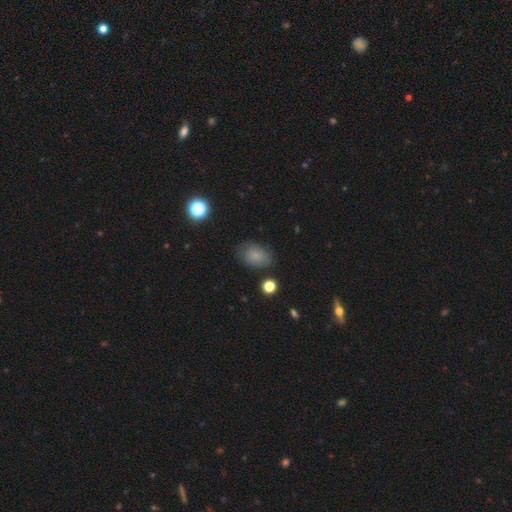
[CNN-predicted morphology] This appears to be a smooth galaxy with no disk features (75%) that is in between round and cigar-shaped (80%). Merging: none (68%).